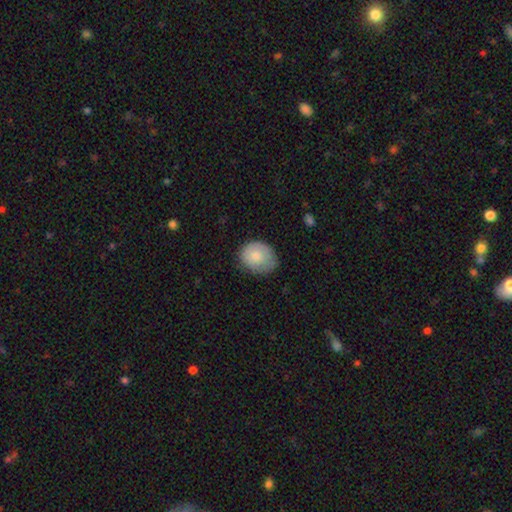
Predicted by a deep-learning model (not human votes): Overall: smooth (80%). How rounded: round (61%; in between 38%). Merging: none (65%; minor disturbance 27%).